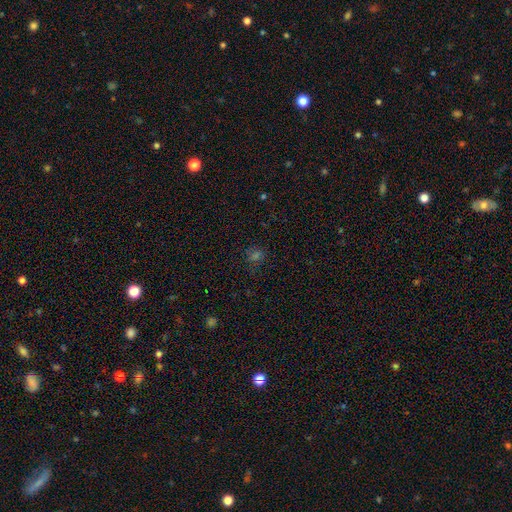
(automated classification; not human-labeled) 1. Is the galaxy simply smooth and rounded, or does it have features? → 47% smooth, 42% star or artifact, 11% featured or disk.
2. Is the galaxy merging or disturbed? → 74% none, 15% minor disturbance, 8% major disturbance, 3% merger.